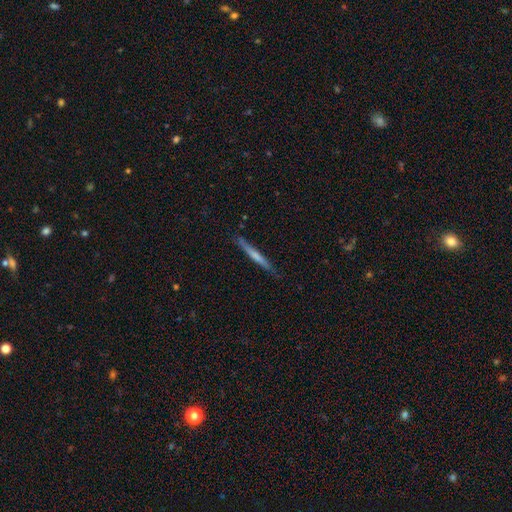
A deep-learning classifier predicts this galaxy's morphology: This is possibly a smooth galaxy (53%). How rounded: clearly cigar-shaped (96%). Merging: clearly none (84%).